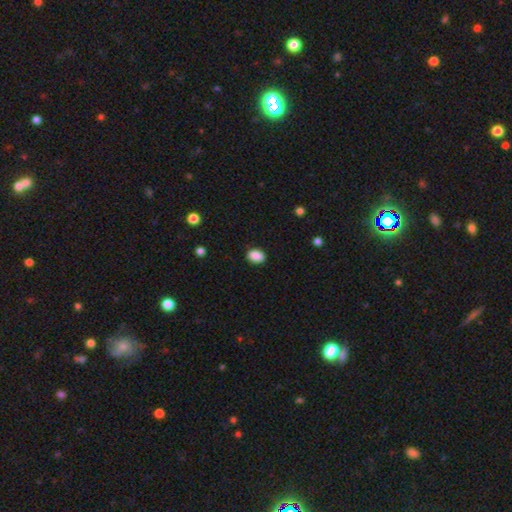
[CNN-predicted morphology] smooth 89%, star or artifact 8%, featured or disk 3%. Down the decision tree: how rounded — in between (74%); merging — none (87%).